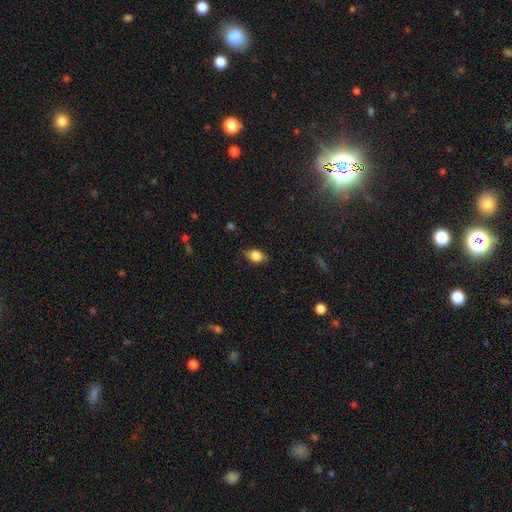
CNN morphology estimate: The model was most divided on "how rounded": in between: 71%, round: 26%, cigar-shaped: 3%. More confident: smooth or featured — smooth (80%); merging — none (77%).